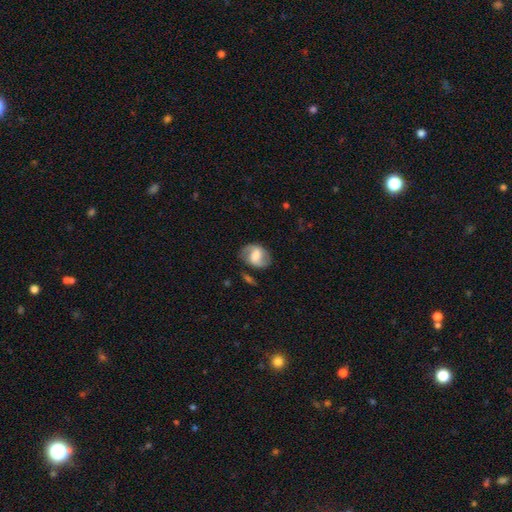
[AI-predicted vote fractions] smooth_or_featured: featured or disk (p=0.56) [alt: smooth p=0.36]
disk_edge_on: no (p=0.97) [alt: yes p=0.03]
bar: weak (p=0.45) [alt: strong p=0.30]
has_spiral_arms: yes (p=0.82) [alt: no p=0.18]
bulge_size: moderate (p=0.35) [alt: large p=0.32]
merging: none (p=0.69) [alt: minor disturbance p=0.20]